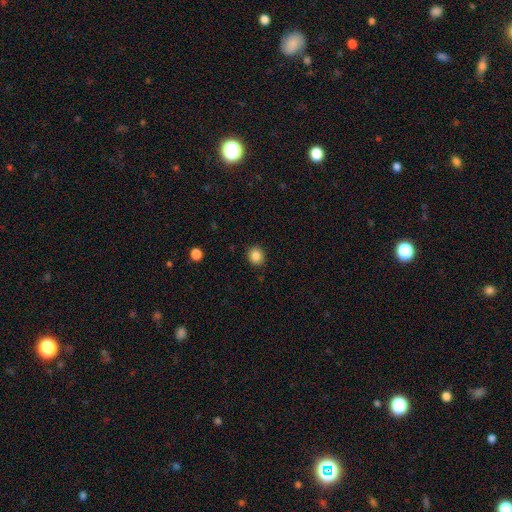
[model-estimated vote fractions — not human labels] Overall: smooth (85%). How rounded: round (76%). Merging: none (90%).